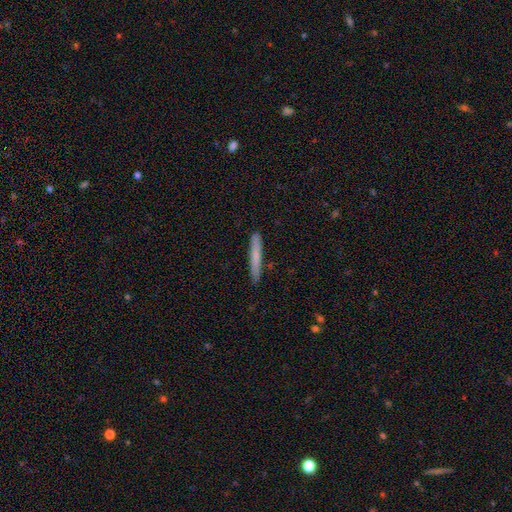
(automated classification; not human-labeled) A smooth galaxy with no disk features (69%) that is cigar-shaped (96%). Merging: none (89%).